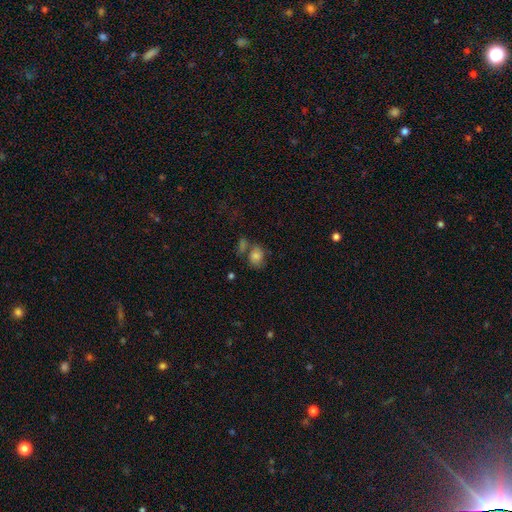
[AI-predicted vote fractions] A smooth galaxy with no disk features (76%) that is in between round and cigar-shaped (55%). Merging: none (45%).